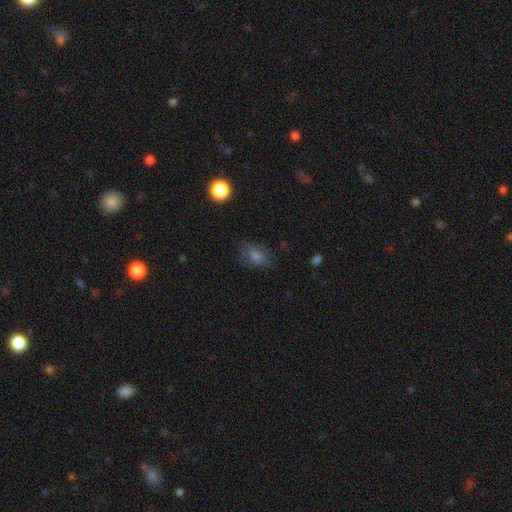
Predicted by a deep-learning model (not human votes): Overall: smooth (62%). How rounded: in between (73%). Merging: none (71%).